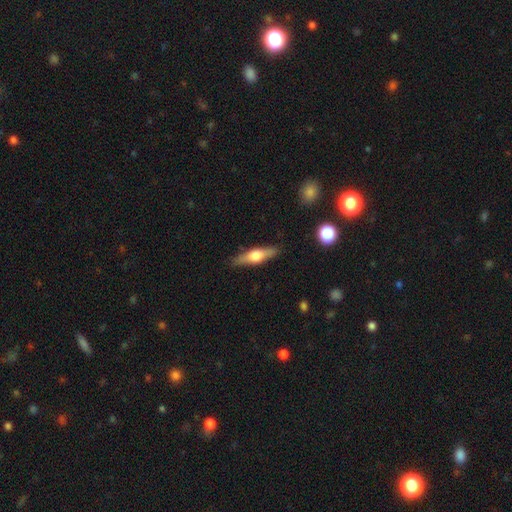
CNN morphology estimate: A featured or disk galaxy (58%) viewed edge-on (95%) with a rounded central bulge (92%). Merging: none (88%).